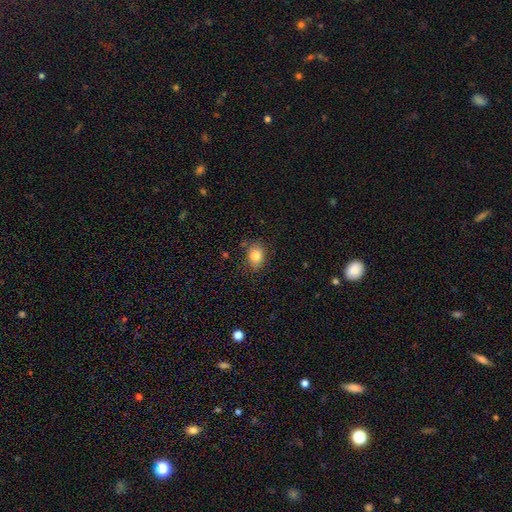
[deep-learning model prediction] smooth-or-featured: smooth: 84% | star or artifact: 10% | featured or disk: 6%
  how-rounded: in between: 60% | round: 39% | cigar-shaped: 1%
  merging: none: 79% | minor disturbance: 15% | major disturbance: 4% | merger: 3%